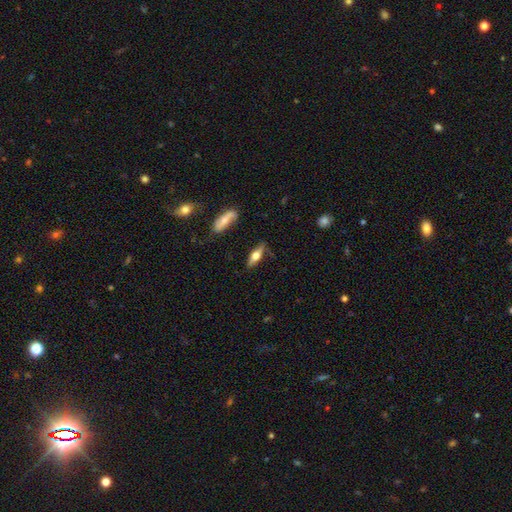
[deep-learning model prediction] This appears to be a featured or disk galaxy (47%, tied with smooth). Merging: none (77%).